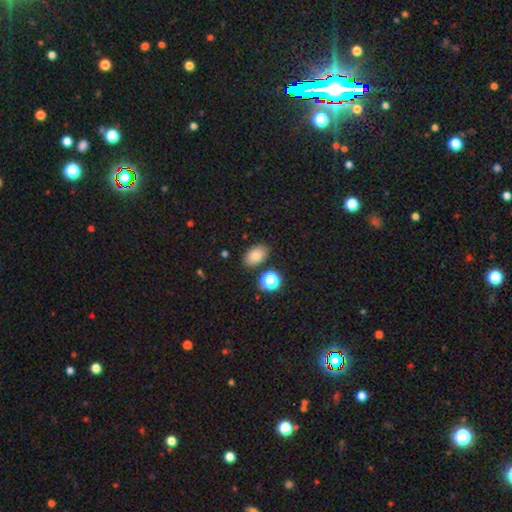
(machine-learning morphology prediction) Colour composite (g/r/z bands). It shows a smooth galaxy with no disk features (80%) that is in between round and cigar-shaped (84%). Merging: none (82%).